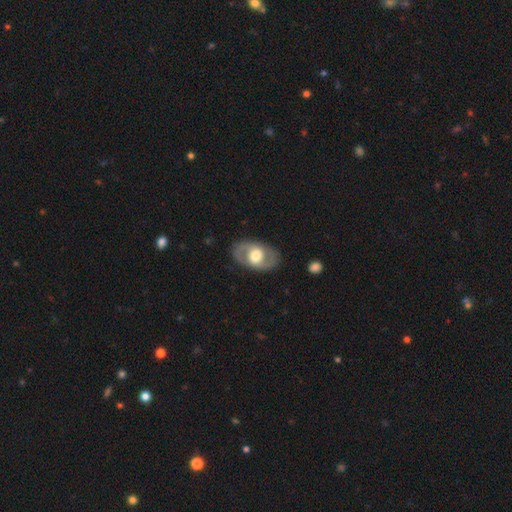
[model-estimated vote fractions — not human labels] This is likely a featured or disk galaxy (69%). It is clearly not viewed edge-on (94%). Bar: possibly no (50%). Spiral arm pattern: likely yes (64%). Central bulge: possibly moderate (57%). Merging: clearly none (84%).